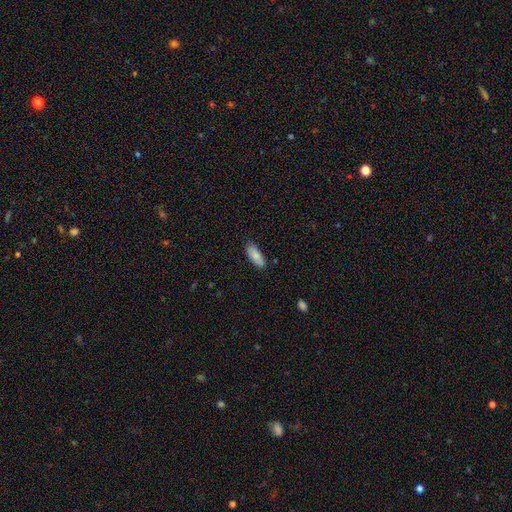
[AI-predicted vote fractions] Smooth or featured: smooth — 83% (featured or disk — 11%)
How rounded: in between — 78% (cigar-shaped — 20%)
Merging: none — 83% (minor disturbance — 13%)